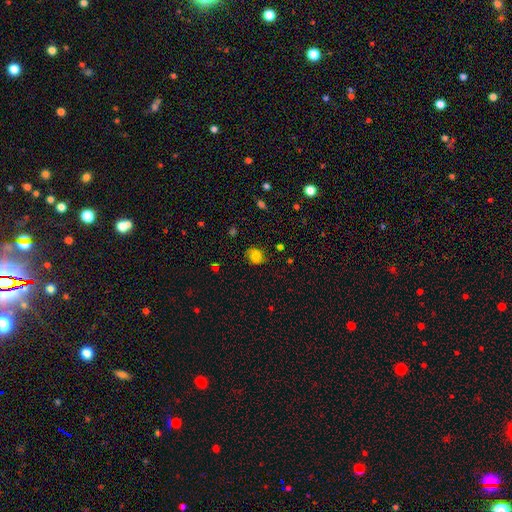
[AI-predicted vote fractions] Smooth or featured? Predicted: smooth (p=0.71). How rounded? Predicted: round (p=0.65). Merging? Predicted: none (p=0.72).